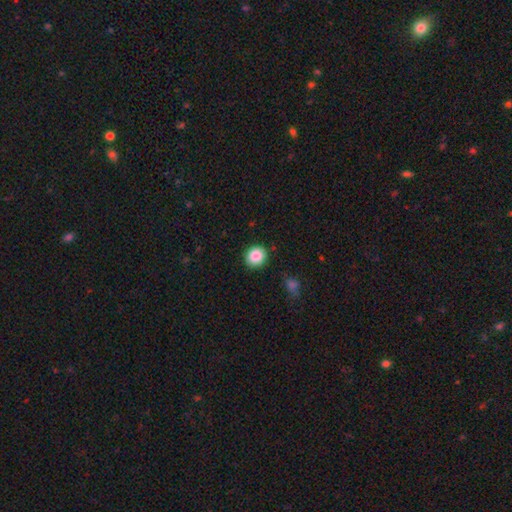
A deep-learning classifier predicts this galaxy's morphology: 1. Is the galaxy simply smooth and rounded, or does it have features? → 87% smooth, 9% star or artifact, 4% featured or disk.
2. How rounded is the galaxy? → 84% round, 15% in between, 1% cigar-shaped.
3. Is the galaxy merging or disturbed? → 89% none, 7% minor disturbance, 2% major disturbance, 2% merger.